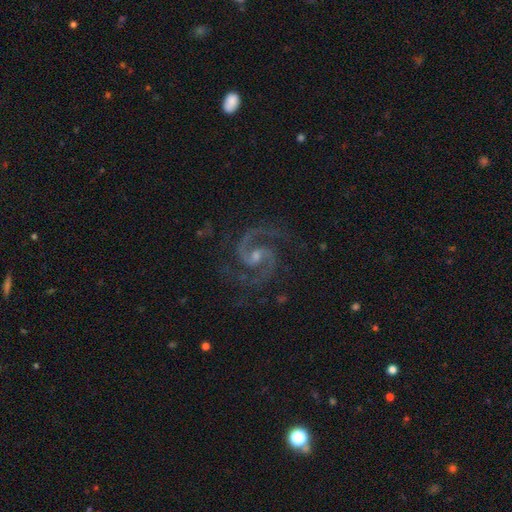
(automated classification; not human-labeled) The model was most divided on "bulge size": small: 47%, moderate: 43%, none: 7%, large: 2%, dominant: 1%. More confident: spiral arms — yes (99%); edge-on disk — no (98%); smooth or featured — featured or disk (94%); spiral arm count — 2 (92%); merging — none (79%); spiral winding — medium (70%); bar — weak (51%).